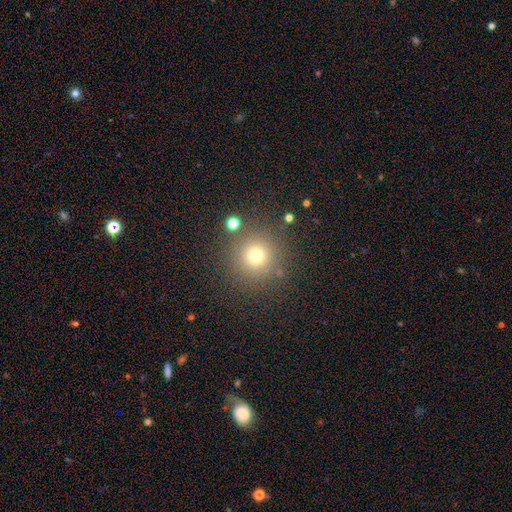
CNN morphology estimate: Smooth or featured?
  - smooth: 72% *
  - star or artifact: 19%
  - featured or disk: 9%
How rounded?
  - round: 95% *
  - in between: 4%
  - cigar-shaped: 1%
Merging?
  - none: 84% *
  - minor disturbance: 8%
  - merger: 4%
  - major disturbance: 4%